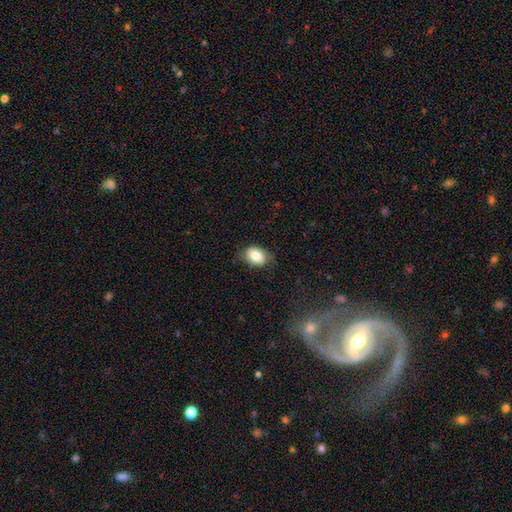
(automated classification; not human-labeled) Smooth or featured? Predicted: smooth (p=0.73). How rounded? Predicted: in between (p=0.79). Merging? Predicted: none (p=0.67).